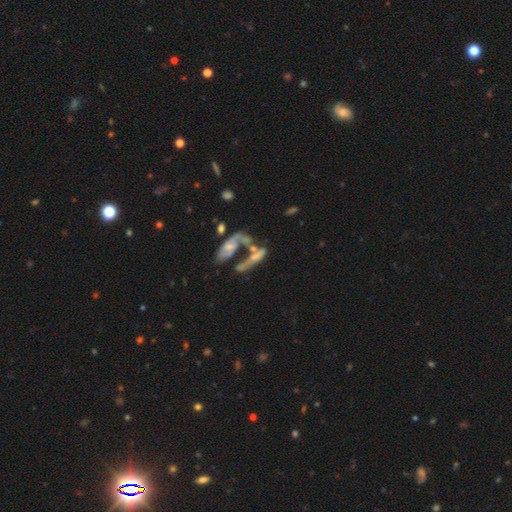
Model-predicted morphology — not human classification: Overall: featured or disk (49%; smooth 39%). Merging: merger (57%; major disturbance 20%).